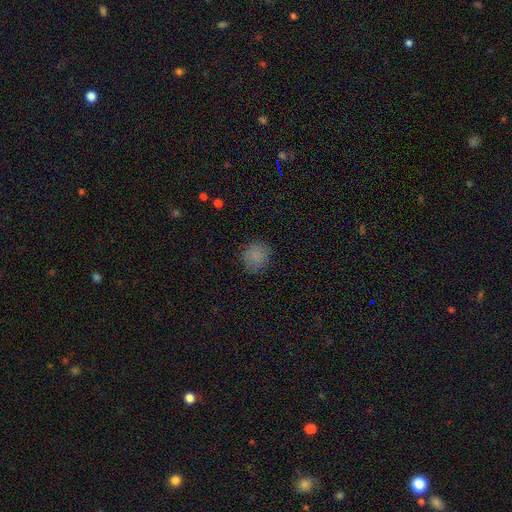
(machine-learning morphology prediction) The model was most divided on "how rounded": round: 85%, in between: 14%, cigar-shaped: 1%. More confident: smooth or featured — smooth (84%); merging — none (83%).